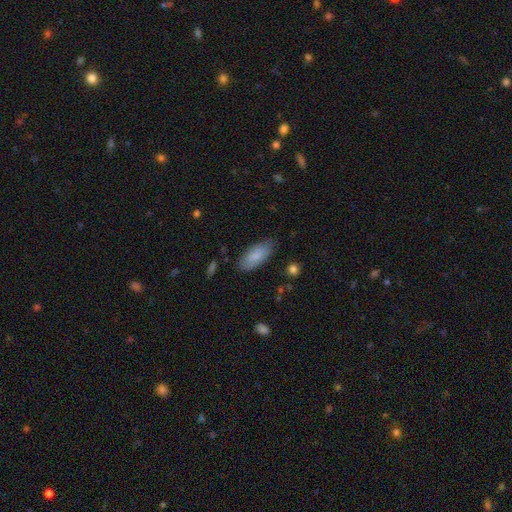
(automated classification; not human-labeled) Q: Smooth or featured?
A: smooth (84%); runner-up: featured or disk (10%)
Q: How rounded?
A: in between (83%); runner-up: cigar-shaped (15%)
Q: Merging?
A: none (81%); runner-up: minor disturbance (14%)